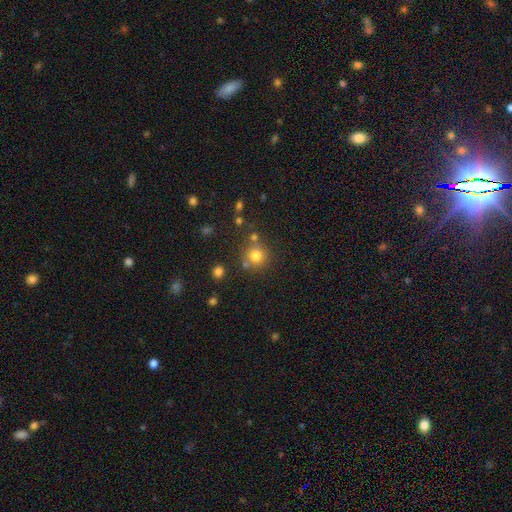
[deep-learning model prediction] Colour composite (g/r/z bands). It shows a smooth galaxy with no disk features (77%) that is round (91%). Merging: none (72%).